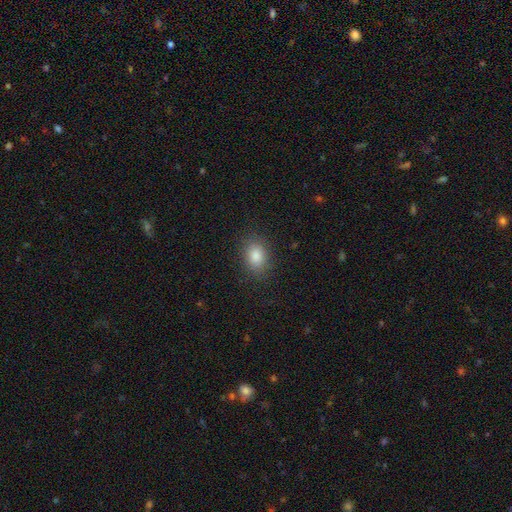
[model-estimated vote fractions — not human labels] smooth 84%, star or artifact 10%, featured or disk 6%. Down the decision tree: how rounded — in between (71%); merging — none (87%).